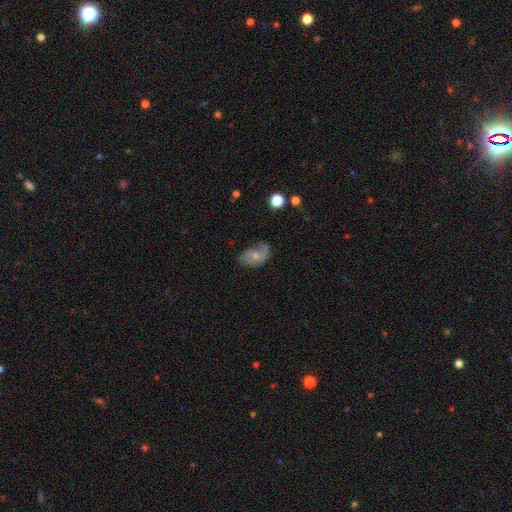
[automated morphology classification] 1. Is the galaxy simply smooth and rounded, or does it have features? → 56% featured or disk, 35% smooth, 8% star or artifact.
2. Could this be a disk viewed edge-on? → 96% no, 4% yes.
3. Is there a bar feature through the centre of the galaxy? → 67% no, 28% weak, 5% strong.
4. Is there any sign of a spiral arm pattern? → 81% yes, 19% no.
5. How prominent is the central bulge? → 59% small, 32% moderate, 6% none, 2% large, 1% dominant.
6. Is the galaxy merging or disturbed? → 50% none, 29% minor disturbance, 18% major disturbance, 2% merger.